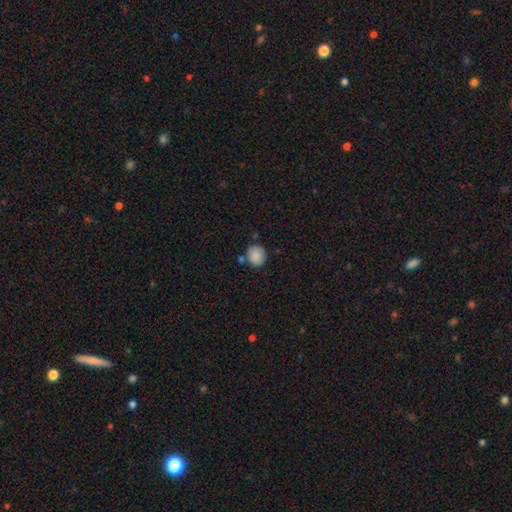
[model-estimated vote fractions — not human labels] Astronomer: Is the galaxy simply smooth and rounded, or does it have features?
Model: smooth — 88%.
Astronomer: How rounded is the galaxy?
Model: round — 73%.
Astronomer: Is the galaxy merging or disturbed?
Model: none — 70%.